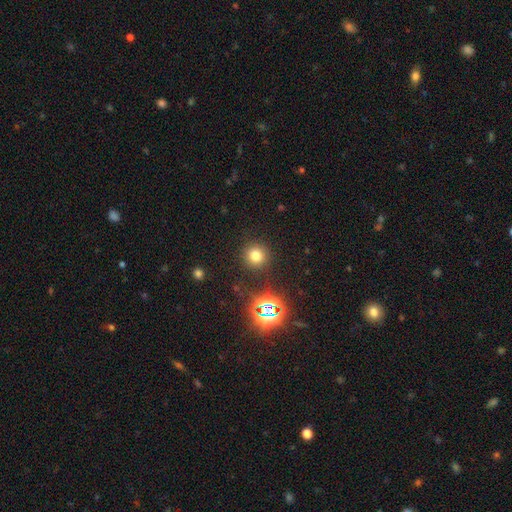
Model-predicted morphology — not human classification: Smooth or featured? Predicted: smooth (p=0.72). How rounded? Predicted: round (p=0.93). Merging? Predicted: none (p=0.89).